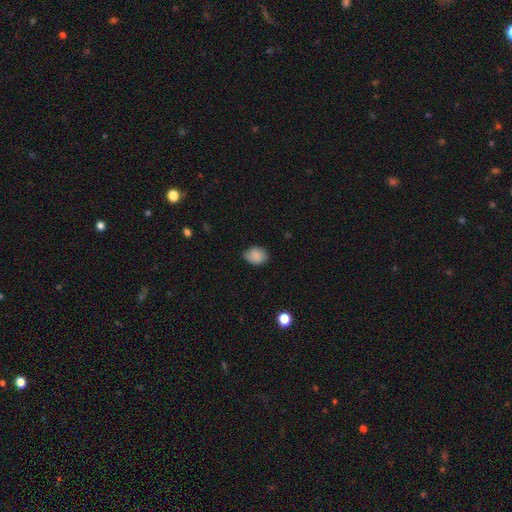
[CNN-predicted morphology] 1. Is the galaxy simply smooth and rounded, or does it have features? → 83% smooth, 9% featured or disk, 8% star or artifact.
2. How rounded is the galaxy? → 62% in between, 37% round, 1% cigar-shaped.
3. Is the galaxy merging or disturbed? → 71% none, 24% minor disturbance, 4% major disturbance, 1% merger.